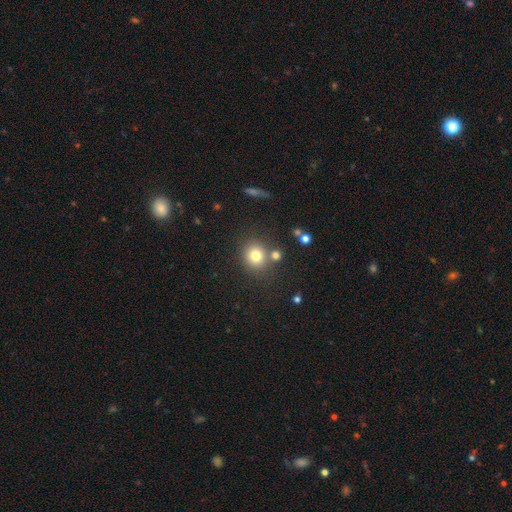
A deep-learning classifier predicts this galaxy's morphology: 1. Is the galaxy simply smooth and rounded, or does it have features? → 77% smooth, 14% star or artifact, 9% featured or disk.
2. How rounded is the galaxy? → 87% round, 12% in between, 1% cigar-shaped.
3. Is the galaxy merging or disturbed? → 75% none, 13% merger, 9% minor disturbance, 3% major disturbance.